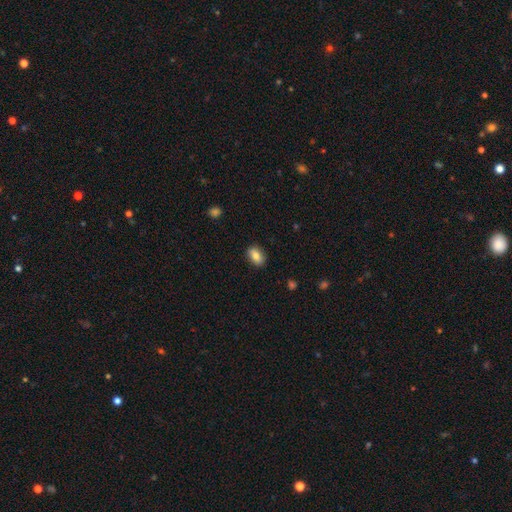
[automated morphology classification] A smooth galaxy with no disk features (83%) that is in between round and cigar-shaped (86%). Merging: none (87%).